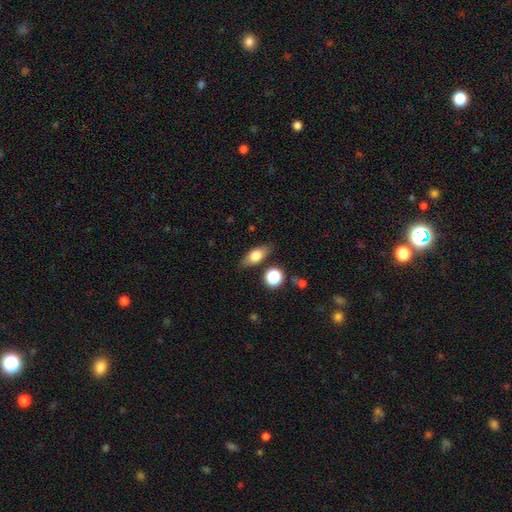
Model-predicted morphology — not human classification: Smooth or featured? smooth (70%)
How rounded? in between (73%)
Merging? none (79%)